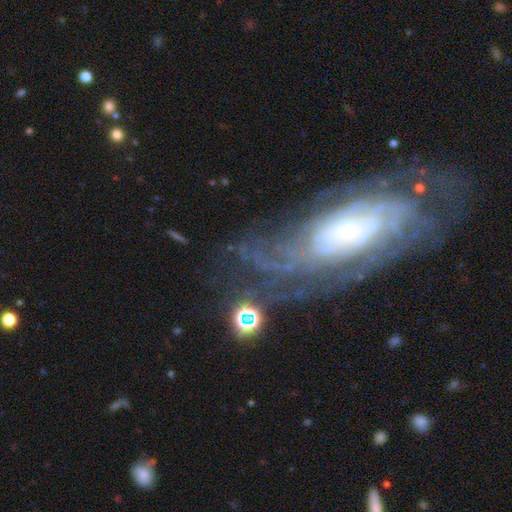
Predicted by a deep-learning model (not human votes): smooth-or-featured: featured or disk: 81% | smooth: 11% | star or artifact: 9%
  disk-edge-on: no: 92% | yes: 8%
    bar: no: 65% | weak: 25% | strong: 10%
    has-spiral-arms: yes: 94% | no: 6%
      spiral-winding: tight: 63% | medium: 27% | loose: 10%
      spiral-arm-count: can't tell: 42% | 2: 15% | 3: 13% | 4: 12% | more than 4: 11% | 1: 7%
    bulge-size: small: 40% | moderate: 22% | large: 20% | none: 14% | dominant: 5%
  merging: none: 65% | minor disturbance: 18% | major disturbance: 14% | merger: 4%